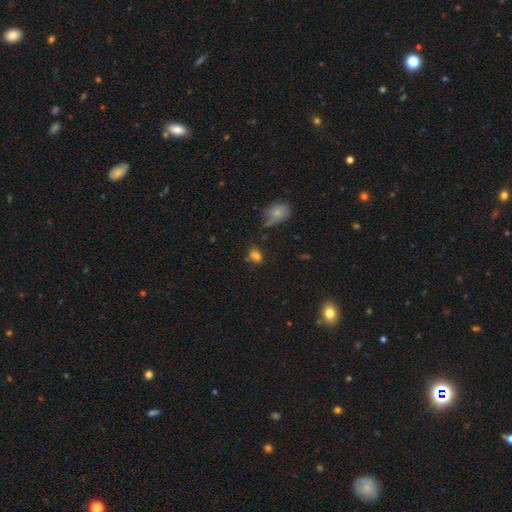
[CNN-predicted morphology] The model was most divided on "how rounded": in between: 65%, round: 32%, cigar-shaped: 2%. More confident: smooth or featured — smooth (73%); merging — none (57%).